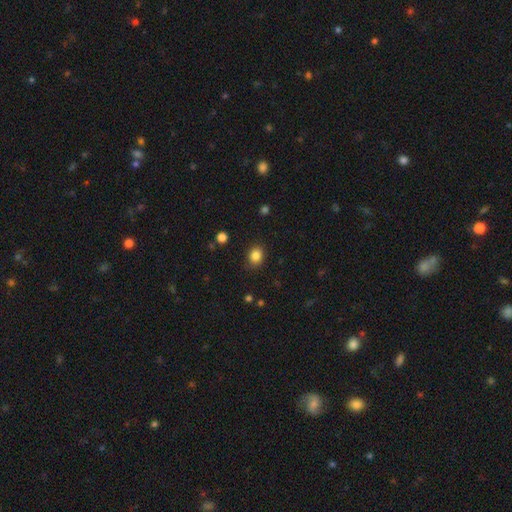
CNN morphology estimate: smooth 84%, star or artifact 11%, featured or disk 5%. Down the decision tree: how rounded — round (56%); merging — none (87%).